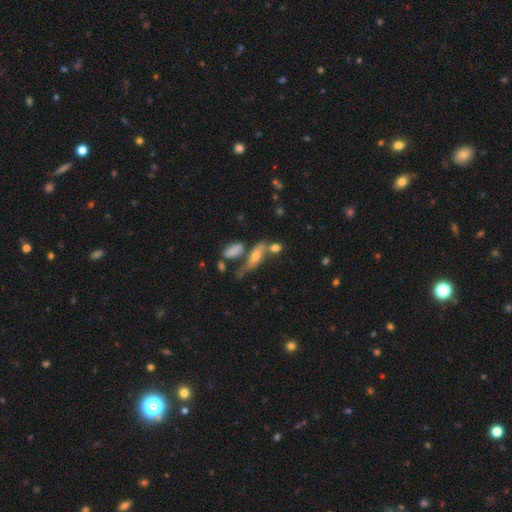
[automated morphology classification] smooth 46%, featured or disk 40%, star or artifact 13%. Down the decision tree: merging — none (44%).